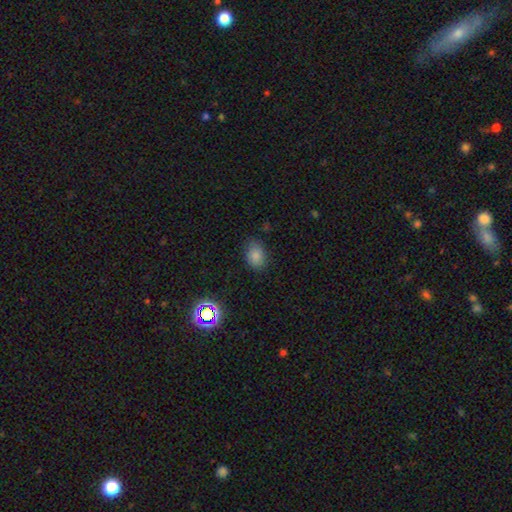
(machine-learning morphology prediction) The model was most divided on "how rounded": in between: 75%, round: 23%, cigar-shaped: 1%. More confident: smooth or featured — smooth (82%); merging — none (76%).